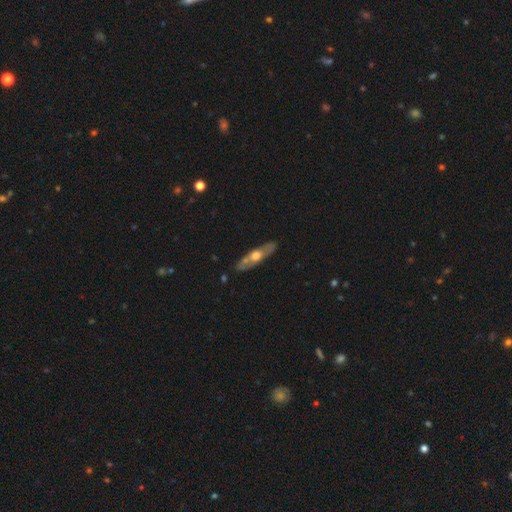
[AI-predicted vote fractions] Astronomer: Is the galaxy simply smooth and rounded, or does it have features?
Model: featured or disk — 63%.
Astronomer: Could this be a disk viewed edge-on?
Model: yes — 59% (runner-up: no, 41%).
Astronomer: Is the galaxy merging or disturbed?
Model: none — 85%.